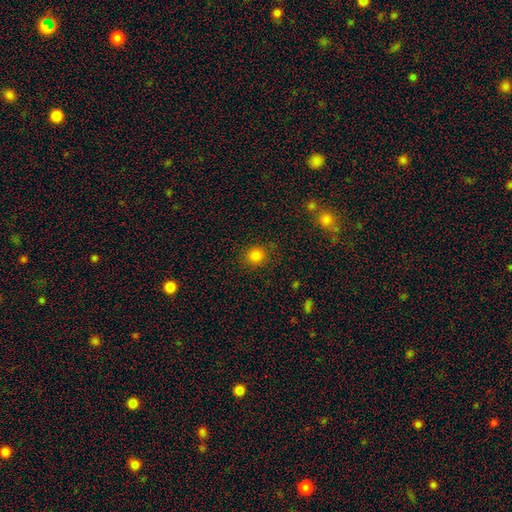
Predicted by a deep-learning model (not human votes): Smooth or featured?
  - smooth: 83% *
  - star or artifact: 13%
  - featured or disk: 4%
How rounded?
  - round: 83% *
  - in between: 16%
  - cigar-shaped: 1%
Merging?
  - none: 85% *
  - minor disturbance: 10%
  - major disturbance: 4%
  - merger: 2%